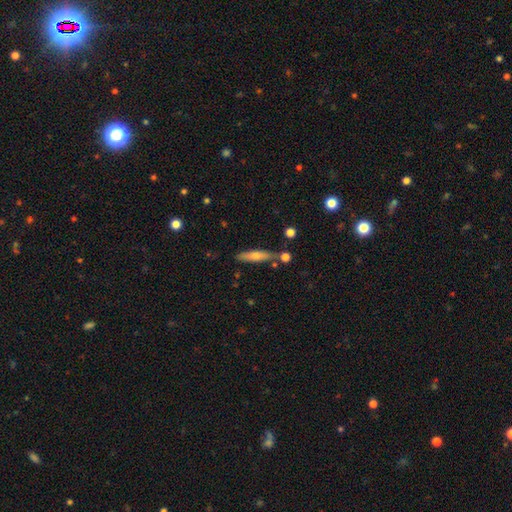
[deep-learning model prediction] Smooth or featured: smooth — 61% (featured or disk — 32%)
How rounded: cigar-shaped — 82% (in between — 16%)
Merging: none — 72% (minor disturbance — 15%)